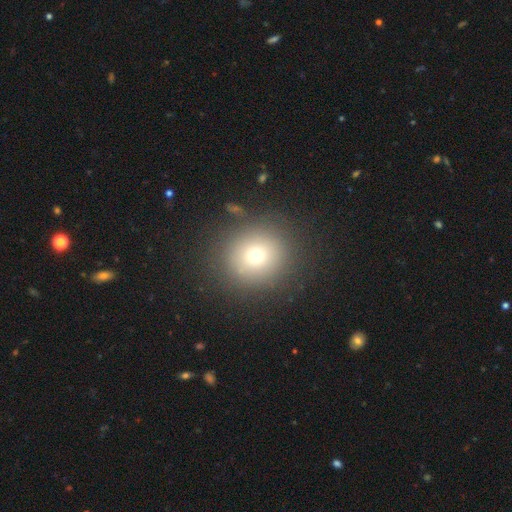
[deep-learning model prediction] This is likely a smooth galaxy (72%). How rounded: clearly round (89%). Merging: clearly none (85%).